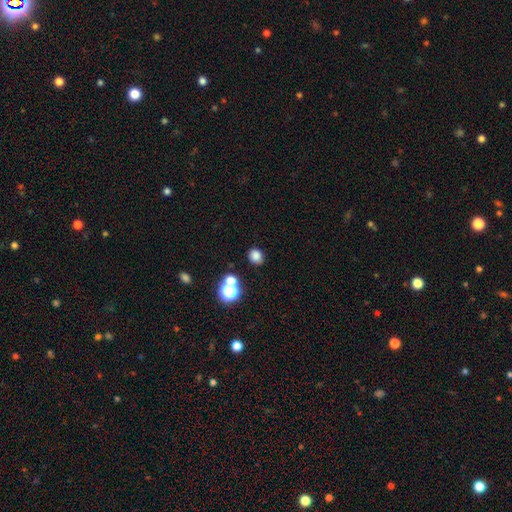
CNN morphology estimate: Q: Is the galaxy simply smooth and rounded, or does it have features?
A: smooth — 79%.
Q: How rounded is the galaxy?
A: round — 59%.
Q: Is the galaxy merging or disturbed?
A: none — 82%.